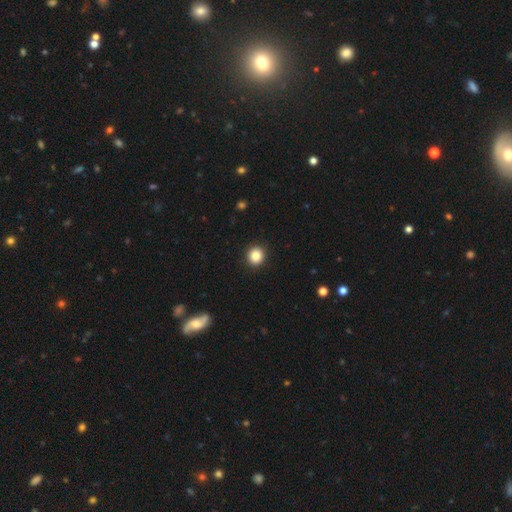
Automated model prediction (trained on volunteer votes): smooth_or_featured: smooth (p=0.85) [alt: star or artifact p=0.10]
how_rounded: round (p=0.91) [alt: in between p=0.08]
merging: none (p=0.93) [alt: minor disturbance p=0.05]